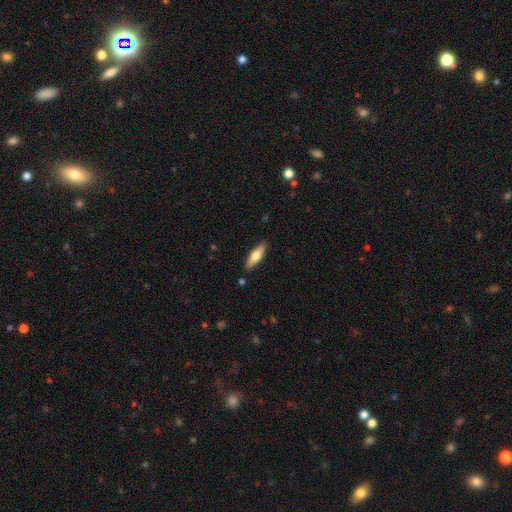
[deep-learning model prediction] This is possibly a smooth galaxy (59%). How rounded: possibly cigar-shaped (50%). Merging: clearly none (88%).